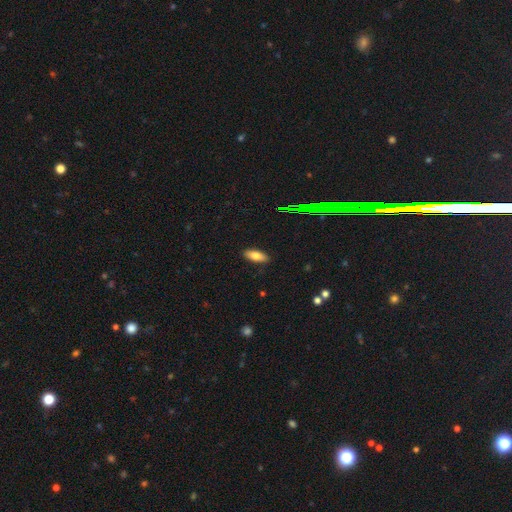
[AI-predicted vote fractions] Smooth or featured?
  - smooth: 77% *
  - featured or disk: 14%
  - star or artifact: 9%
How rounded?
  - in between: 78% *
  - cigar-shaped: 19%
  - round: 2%
Merging?
  - none: 88% *
  - minor disturbance: 9%
  - major disturbance: 2%
  - merger: 1%